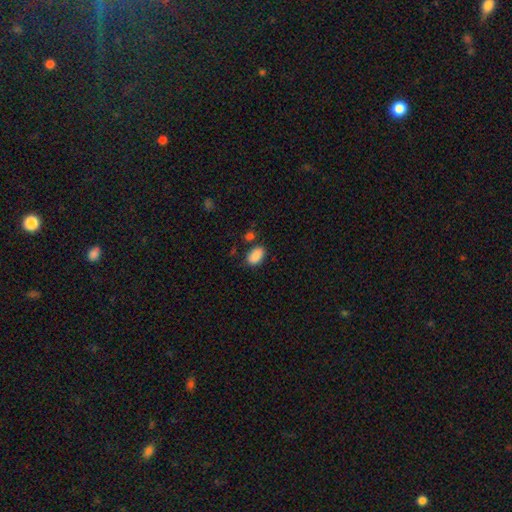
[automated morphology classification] Smooth or featured? Predicted: smooth (p=0.89). How rounded? Predicted: in between (p=0.90). Merging? Predicted: none (p=0.77).